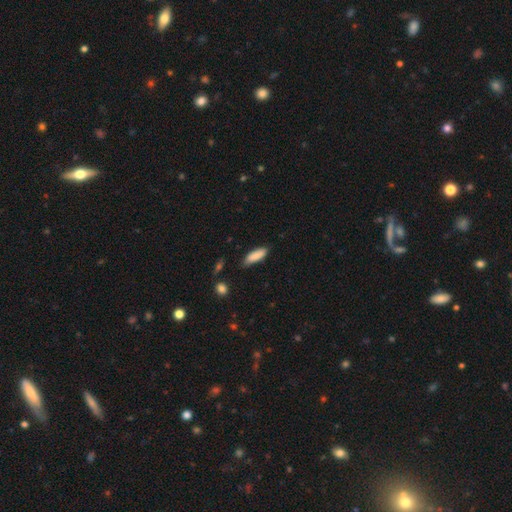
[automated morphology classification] A smooth galaxy with no disk features (86%) that is in between round and cigar-shaped (56%). Merging: none (77%).